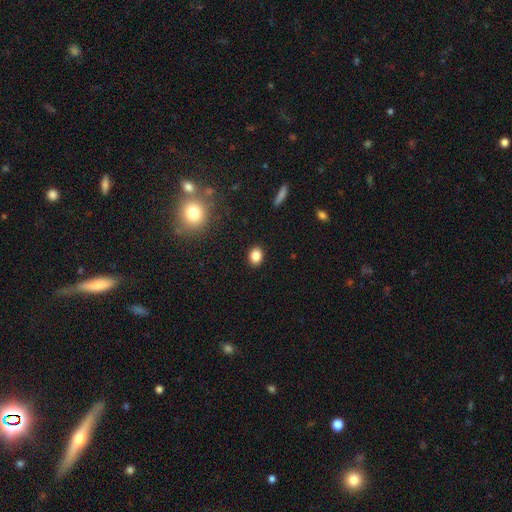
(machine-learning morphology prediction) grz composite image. It shows a smooth galaxy with no disk features (85%) that is in between round and cigar-shaped (60%). Merging: none (89%).